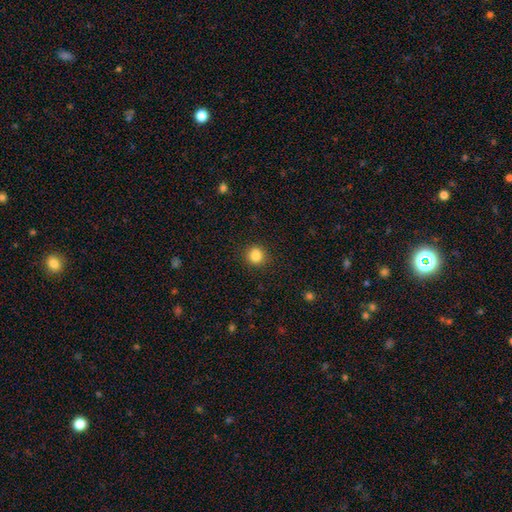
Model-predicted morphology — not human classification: smooth_or_featured: smooth (p=0.84) [alt: star or artifact p=0.11]
how_rounded: round (p=0.88) [alt: in between p=0.11]
merging: none (p=0.83) [alt: minor disturbance p=0.10]